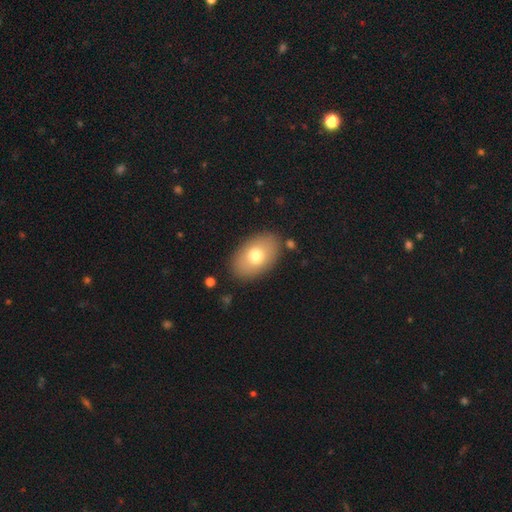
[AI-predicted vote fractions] Smooth or featured? Predicted: smooth (p=0.72). How rounded? Predicted: in between (p=0.88). Merging? Predicted: none (p=0.86).